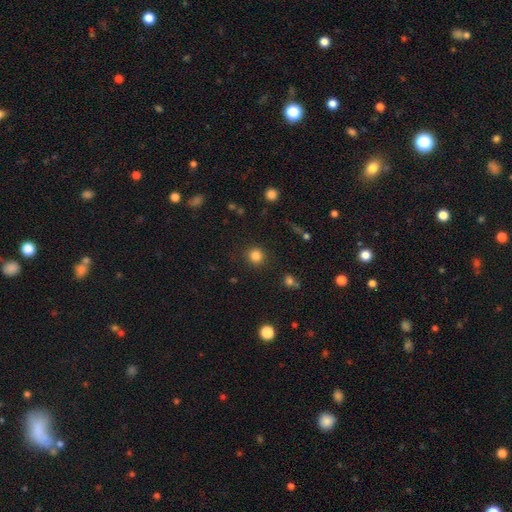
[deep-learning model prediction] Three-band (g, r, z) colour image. It shows a smooth galaxy with no disk features (83%) that is round (91%). Merging: none (88%).